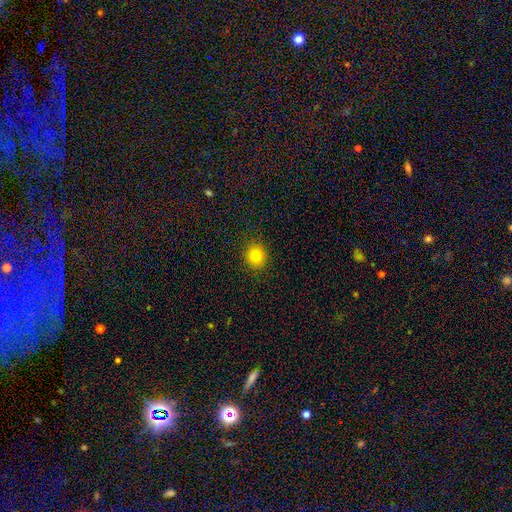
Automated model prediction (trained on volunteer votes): This is clearly a smooth galaxy (82%). How rounded: clearly round (85%). Merging: clearly none (91%).